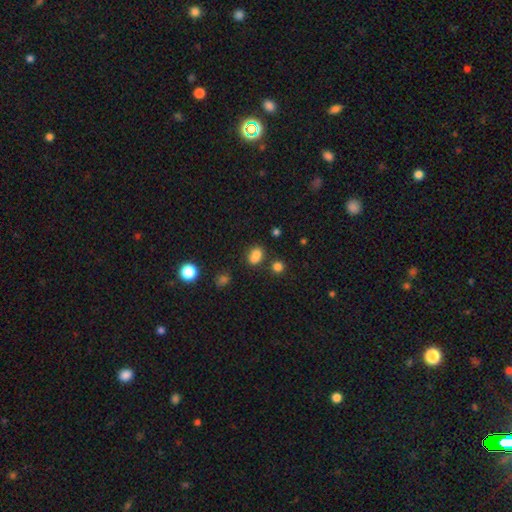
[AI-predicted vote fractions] smooth 79%, star or artifact 15%, featured or disk 6%. Down the decision tree: how rounded — in between (61%); merging — none (62%).